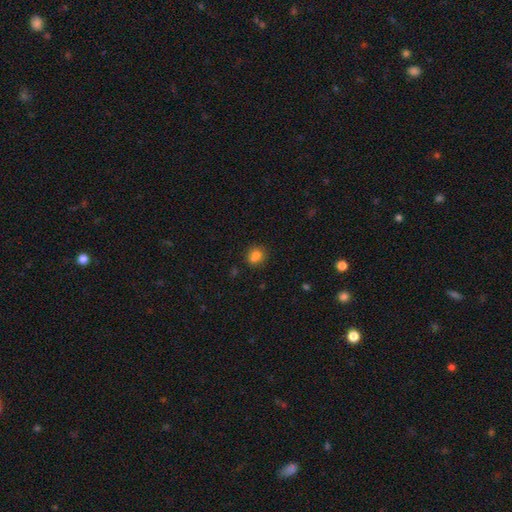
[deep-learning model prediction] This appears to be a smooth galaxy with no disk features (78%) that is round (75%). Merging: none (61%).